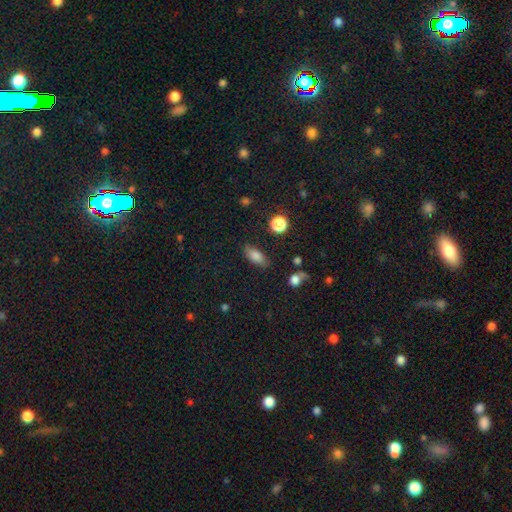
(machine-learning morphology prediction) A smooth galaxy with no disk features (80%) that is in between round and cigar-shaped (83%). Merging: none (80%).